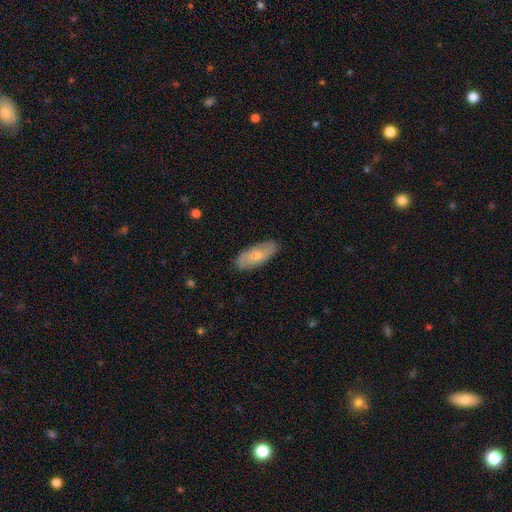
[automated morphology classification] Smooth or featured: smooth — 60% (featured or disk — 34%)
How rounded: in between — 80% (cigar-shaped — 17%)
Merging: none — 84% (minor disturbance — 12%)